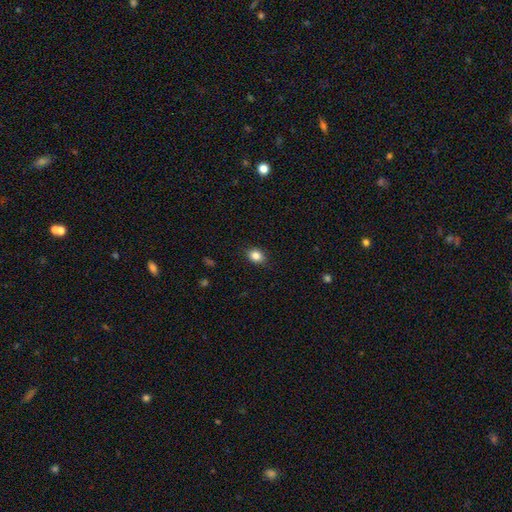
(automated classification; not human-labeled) smooth 84%, star or artifact 10%, featured or disk 6%. Down the decision tree: how rounded — in between (62%); merging — none (87%).